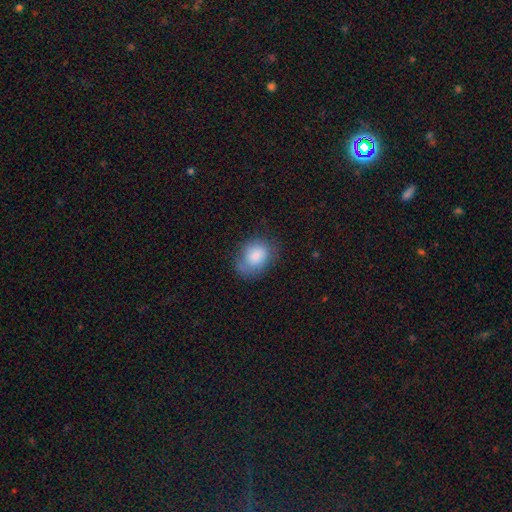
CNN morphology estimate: A smooth galaxy with no disk features (78%) that is in between round and cigar-shaped (57%). Merging: none (64%).